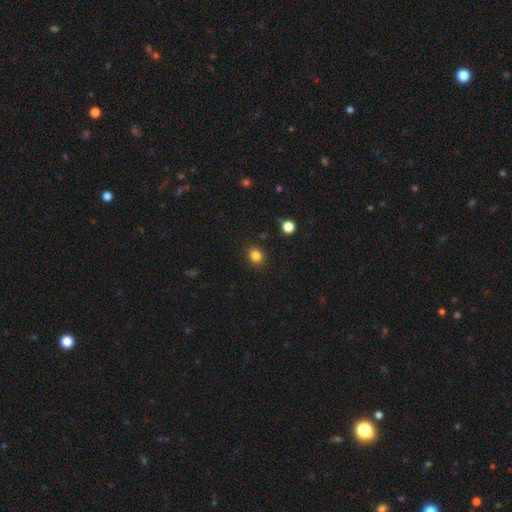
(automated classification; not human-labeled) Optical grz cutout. It shows a smooth galaxy with no disk features (84%) that is round (67%). Merging: none (87%).